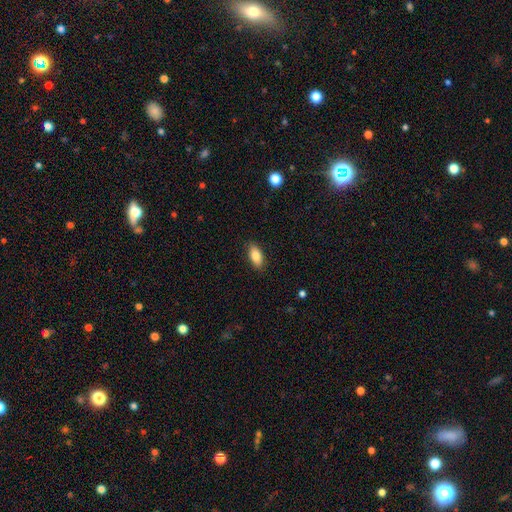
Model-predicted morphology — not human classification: Q: Smooth or featured?
A: smooth (85%); runner-up: featured or disk (8%)
Q: How rounded?
A: in between (90%); runner-up: cigar-shaped (7%)
Q: Merging?
A: none (89%); runner-up: minor disturbance (8%)